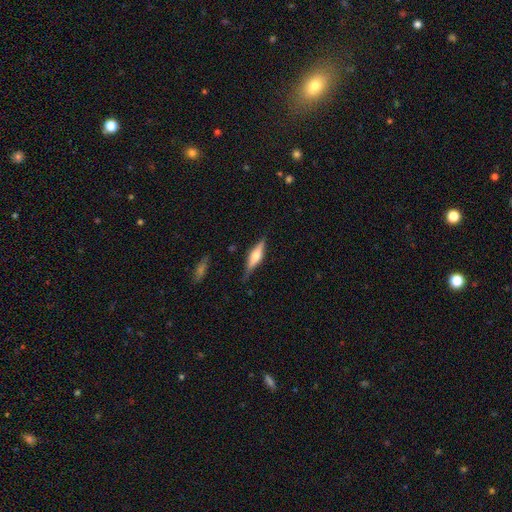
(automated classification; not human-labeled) Overall: featured or disk (60%; smooth 34%). Edge-on disk: yes (95%). Edge-on bulge: rounded (83%). Merging: none (79%).